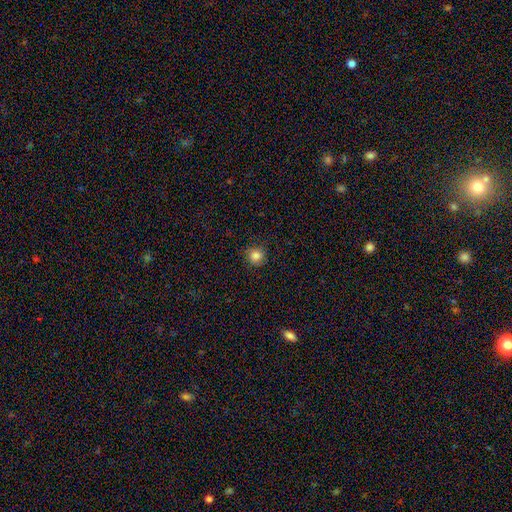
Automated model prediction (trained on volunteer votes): Q: Smooth or featured?
A: smooth (84%); runner-up: star or artifact (11%)
Q: How rounded?
A: round (91%); runner-up: in between (8%)
Q: Merging?
A: none (86%); runner-up: minor disturbance (10%)